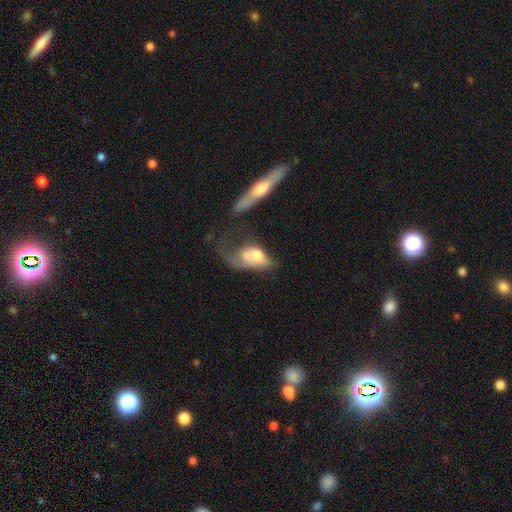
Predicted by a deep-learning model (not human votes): Smooth or featured: smooth — 50% (featured or disk — 42%)
How rounded: in between — 83% (round — 10%)
Merging: major disturbance — 43% (merger — 32%)